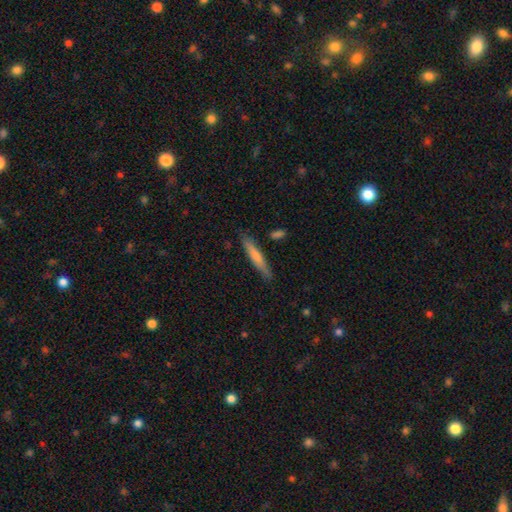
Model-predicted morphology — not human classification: Overall: smooth (67%; featured or disk 27%). How rounded: cigar-shaped (92%). Merging: none (85%).